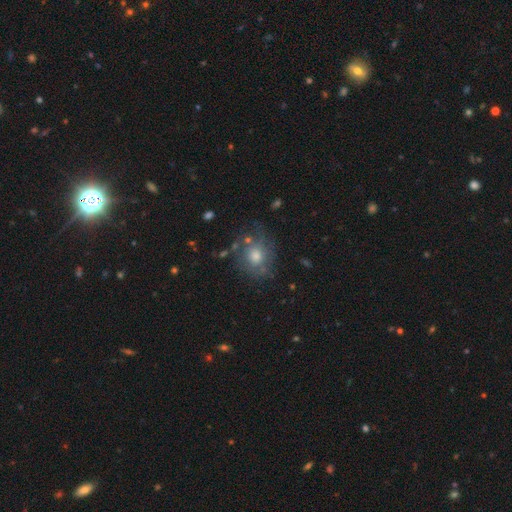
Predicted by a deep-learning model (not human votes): Smooth or featured?
  - smooth: 52% *
  - featured or disk: 32%
  - star or artifact: 15%
How rounded?
  - round: 72% *
  - in between: 27%
  - cigar-shaped: 1%
Merging?
  - none: 68% *
  - minor disturbance: 19%
  - major disturbance: 9%
  - merger: 4%